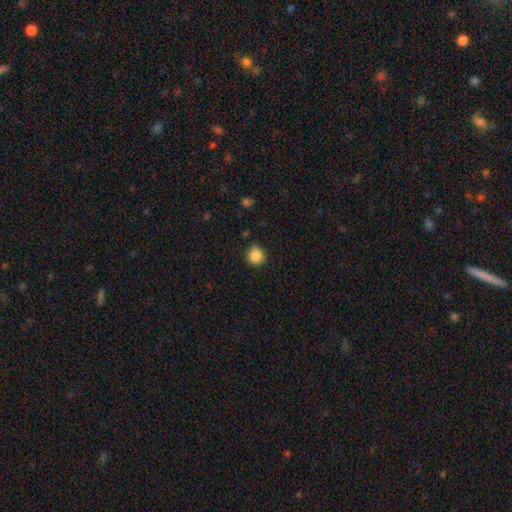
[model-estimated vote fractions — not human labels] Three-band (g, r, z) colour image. It shows a smooth galaxy with no disk features (87%) that is round (91%). Merging: none (84%).